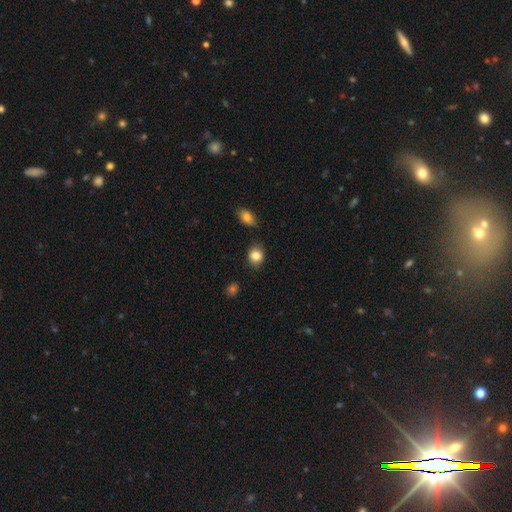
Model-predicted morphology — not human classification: Smooth or featured: smooth — 84% (star or artifact — 9%)
How rounded: round — 59% (in between — 40%)
Merging: none — 80% (minor disturbance — 14%)